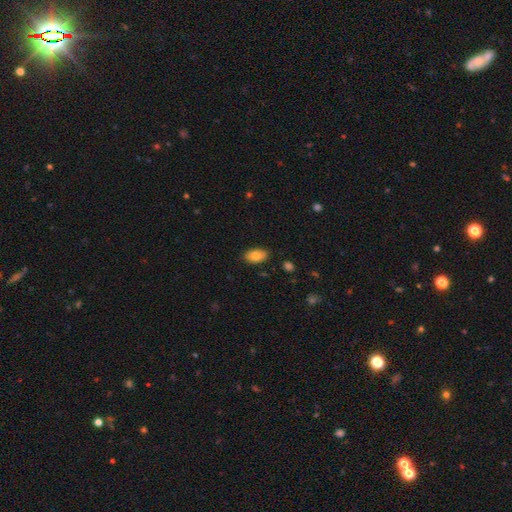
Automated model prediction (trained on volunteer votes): This is likely a smooth galaxy (80%). How rounded: clearly in between (91%). Merging: clearly none (85%).